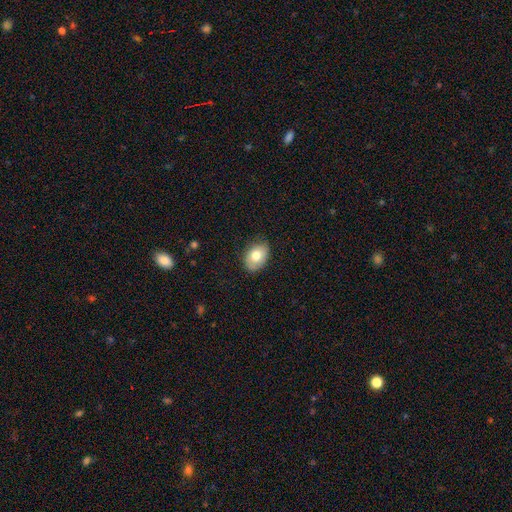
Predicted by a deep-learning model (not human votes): smooth_or_featured: smooth (p=0.76) [alt: featured or disk p=0.17]
how_rounded: in between (p=0.79) [alt: round p=0.20]
merging: none (p=0.79) [alt: minor disturbance p=0.16]